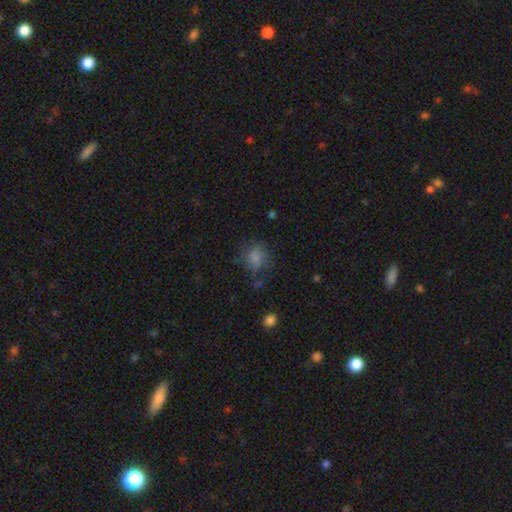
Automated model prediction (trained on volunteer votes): Smooth or featured?
  - smooth: 70% *
  - star or artifact: 16%
  - featured or disk: 13%
How rounded?
  - round: 60% *
  - in between: 38%
  - cigar-shaped: 1%
Merging?
  - none: 62% *
  - minor disturbance: 22%
  - major disturbance: 12%
  - merger: 4%